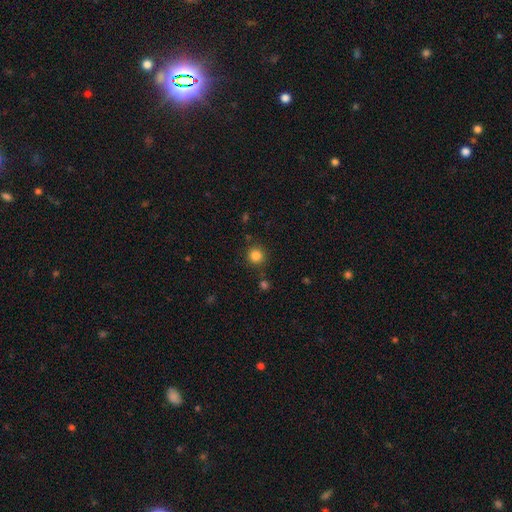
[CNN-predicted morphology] Smooth or featured: smooth — 83% (star or artifact — 12%)
How rounded: round — 94% (in between — 5%)
Merging: none — 86% (minor disturbance — 7%)